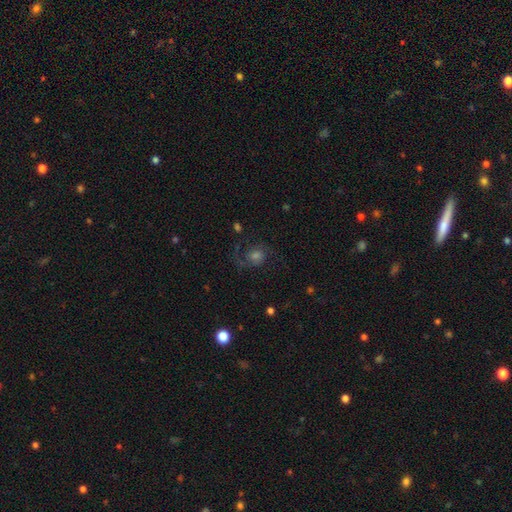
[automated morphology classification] The model was most divided on "spiral winding": medium: 47%, loose: 33%, tight: 20%. Remaining: edge-on disk — no (97%); spiral arms — yes (91%); spiral arm count — 2 (71%); bar — no (69%); merging — none (67%); smooth or featured — featured or disk (61%); bulge size — moderate (44%).